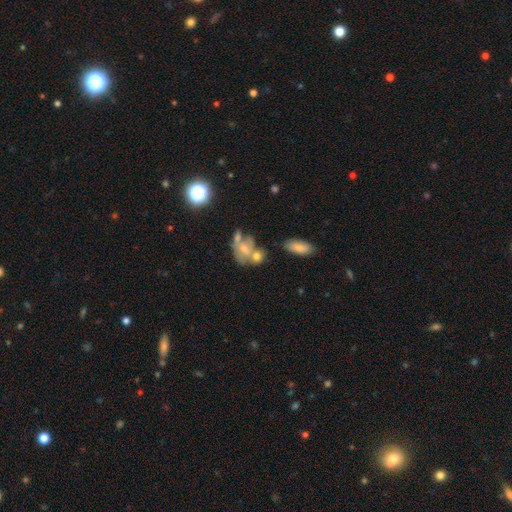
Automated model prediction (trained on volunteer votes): A featured or disk galaxy (43%). Merging: merger (39%).